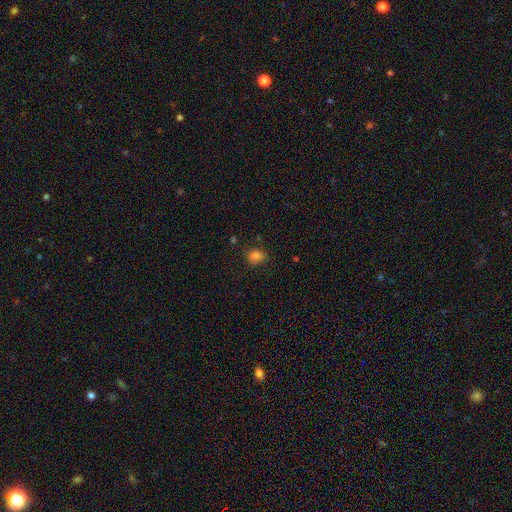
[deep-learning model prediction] smooth 81%, star or artifact 13%, featured or disk 6%. Down the decision tree: how rounded — round (62%); merging — none (78%).